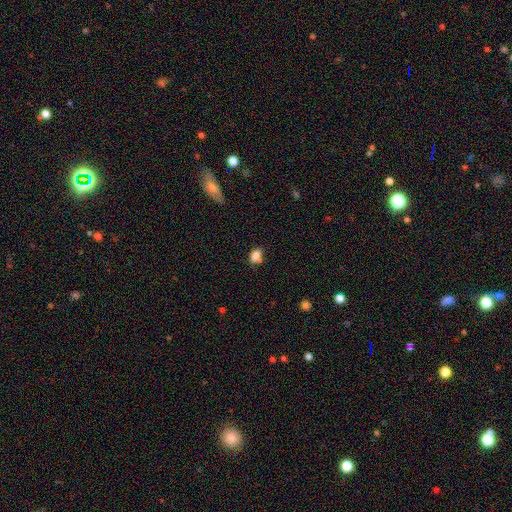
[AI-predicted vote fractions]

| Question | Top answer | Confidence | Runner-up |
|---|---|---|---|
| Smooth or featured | smooth | 82% | star or artifact (11%) |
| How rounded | in between | 80% | round (17%) |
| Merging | none | 57% | minor disturbance (23%) |